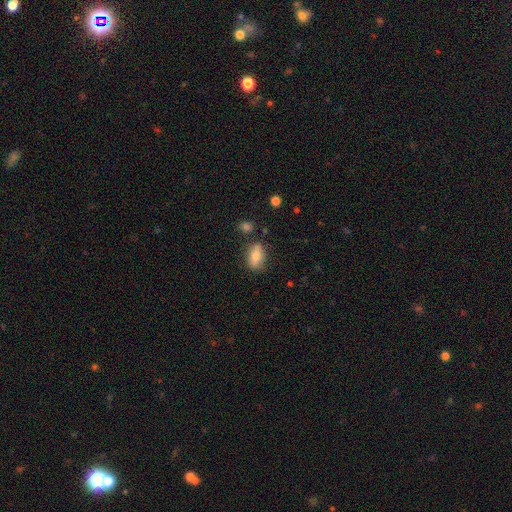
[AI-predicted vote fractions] A smooth galaxy with no disk features (72%) that is in between round and cigar-shaped (83%).

Vote fractions:
- Smooth or featured? smooth: 72% / featured or disk: 20% / star or artifact: 8%
- How rounded? in between: 83% / round: 11% / cigar-shaped: 6%
- Merging? none: 77% / minor disturbance: 15% / major disturbance: 4% / merger: 4%